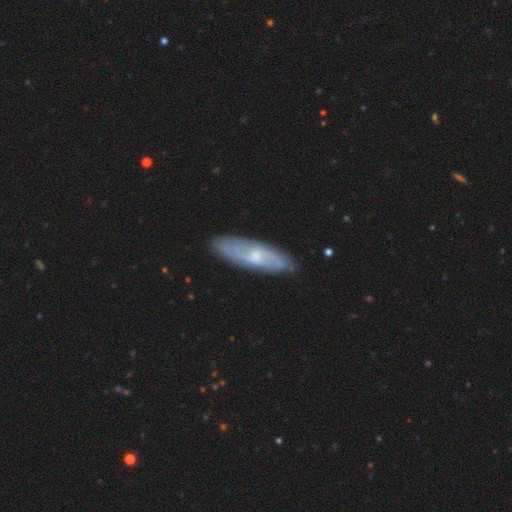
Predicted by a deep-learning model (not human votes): This is possibly a featured or disk galaxy (58%). It is likely not viewed edge-on (69%). Merging: clearly none (83%).